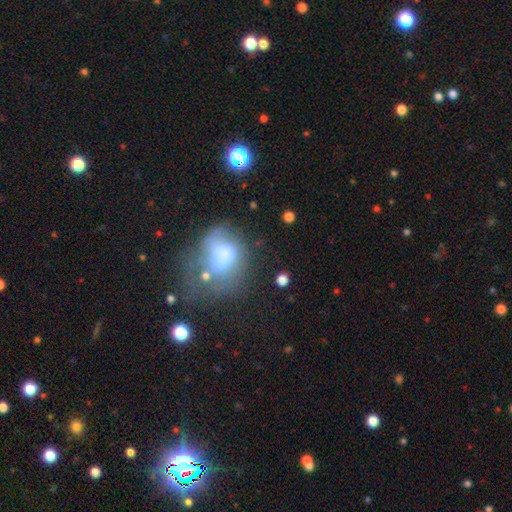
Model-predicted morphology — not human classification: Smooth or featured: smooth — 45% (featured or disk — 32%)
Merging: none — 43% (minor disturbance — 23%)